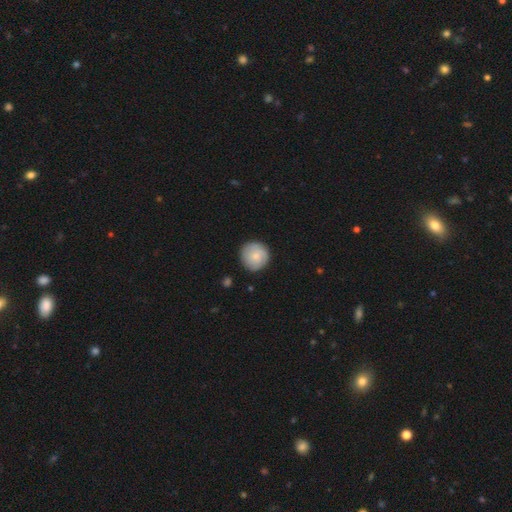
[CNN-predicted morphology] Overall: smooth (70%). How rounded: round (94%). Merging: none (84%).